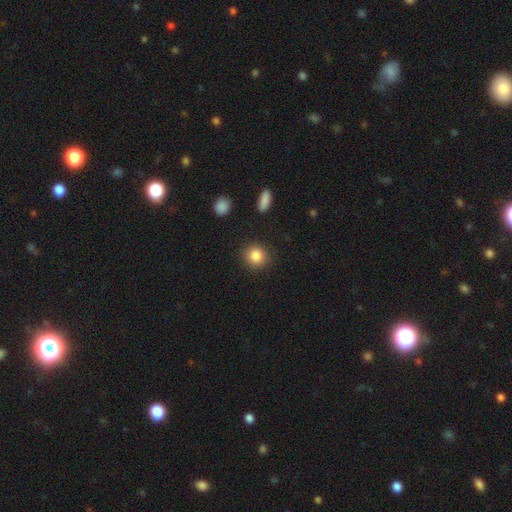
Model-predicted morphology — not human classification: smooth 86%, star or artifact 9%, featured or disk 5%. Down the decision tree: how rounded — round (83%); merging — none (88%).